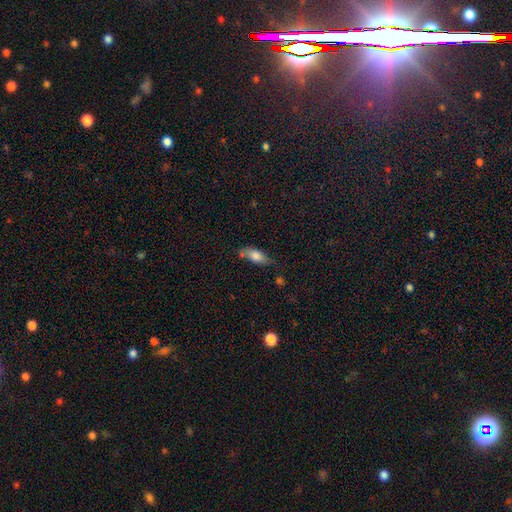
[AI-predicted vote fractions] Smooth or featured?
  - smooth: 76% *
  - featured or disk: 16%
  - star or artifact: 8%
How rounded?
  - in between: 81% *
  - cigar-shaped: 16%
  - round: 3%
Merging?
  - none: 59% *
  - minor disturbance: 25%
  - merger: 10%
  - major disturbance: 6%